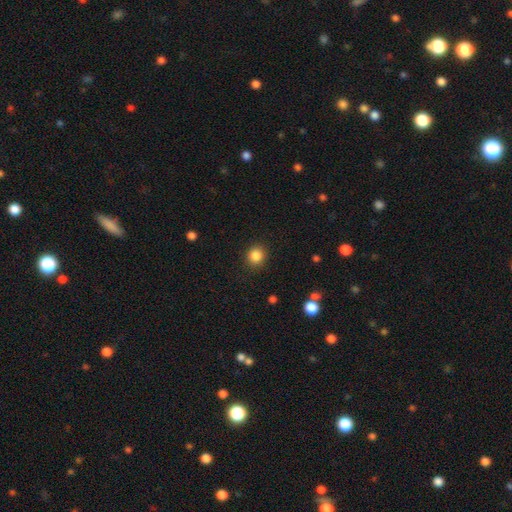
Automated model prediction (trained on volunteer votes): Overall: smooth (86%). How rounded: round (86%). Merging: none (90%).